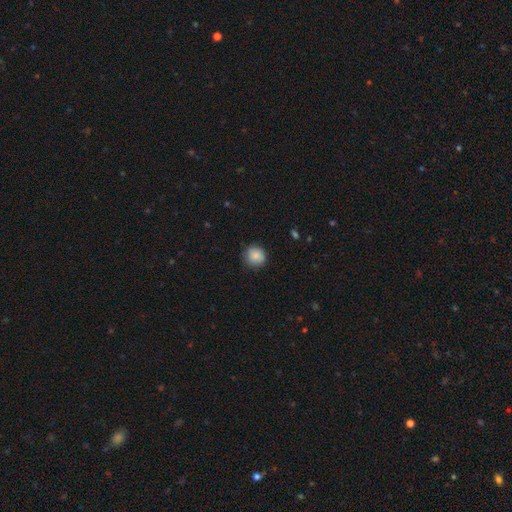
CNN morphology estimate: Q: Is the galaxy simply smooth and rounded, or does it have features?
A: smooth — 85%.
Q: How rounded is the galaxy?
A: round — 89%.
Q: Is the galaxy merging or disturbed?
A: none — 81%.